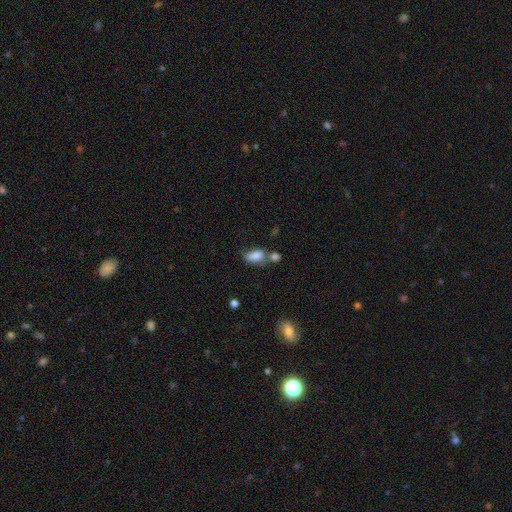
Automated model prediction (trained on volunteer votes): The model was most divided on "merging": none: 40%, merger: 33%, minor disturbance: 18%, major disturbance: 8%. More confident: how rounded — in between (89%); smooth or featured — smooth (82%).